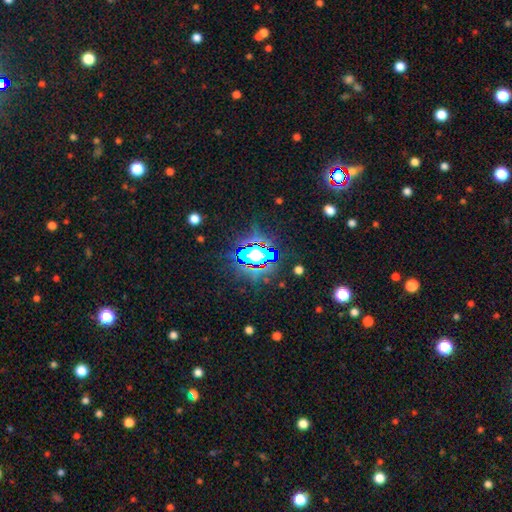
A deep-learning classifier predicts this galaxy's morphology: Q: Smooth or featured?
A: star or artifact (84%); runner-up: smooth (9%)